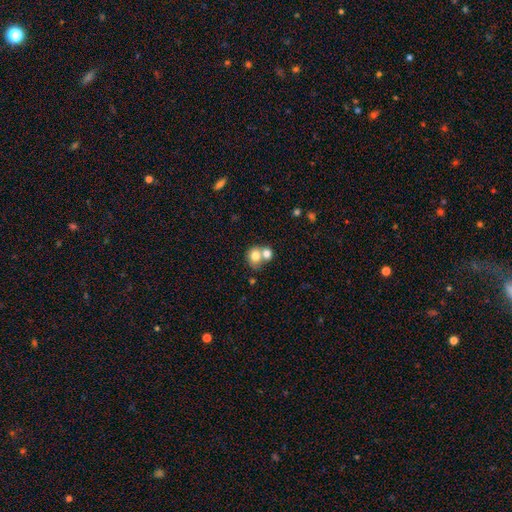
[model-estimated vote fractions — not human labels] smooth-or-featured: smooth: 75% | featured or disk: 16% | star or artifact: 9%
  how-rounded: round: 70% | in between: 29% | cigar-shaped: 1%
  merging: merger: 60% | none: 30% | minor disturbance: 7% | major disturbance: 3%